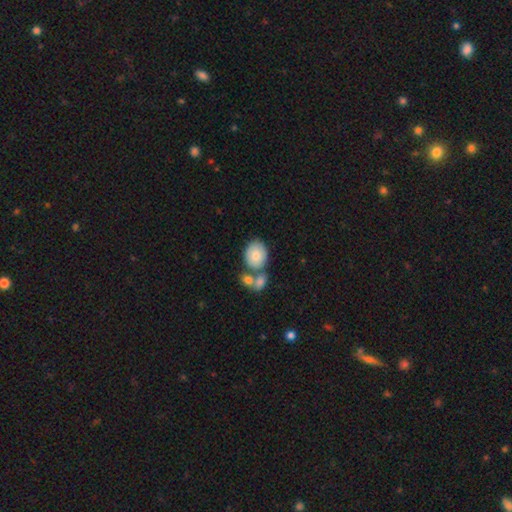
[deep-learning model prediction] smooth-or-featured: smooth: 78% | featured or disk: 15% | star or artifact: 7%
  how-rounded: in between: 53% | round: 46% | cigar-shaped: 1%
  merging: none: 50% | merger: 35% | minor disturbance: 11% | major disturbance: 4%